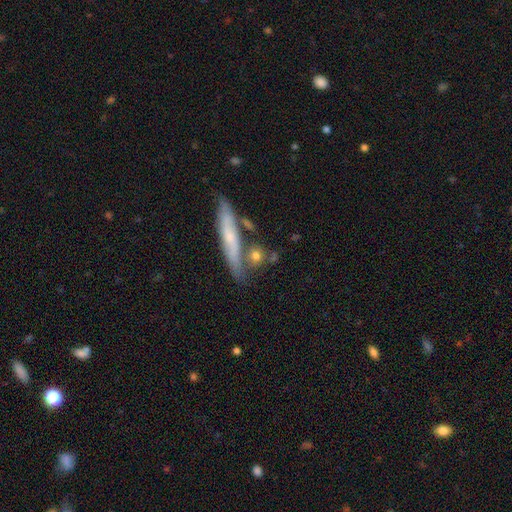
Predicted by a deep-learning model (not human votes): This appears to be a smooth galaxy with no disk features (70%) that is round (53%). Merging: none (60%).